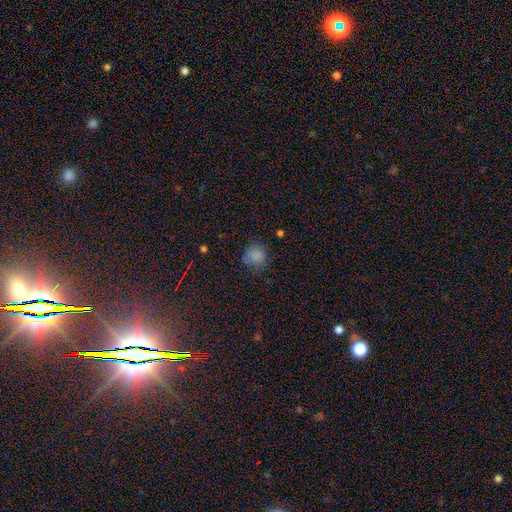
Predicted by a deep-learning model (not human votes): smooth_or_featured: smooth (p=0.80) [alt: star or artifact p=0.14]
how_rounded: round (p=0.85) [alt: in between p=0.14]
merging: none (p=0.73) [alt: minor disturbance p=0.19]